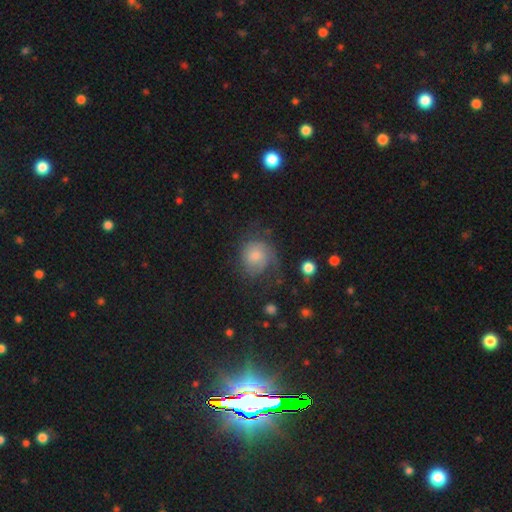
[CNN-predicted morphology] Smooth or featured?
  - featured or disk: 46% *
  - smooth: 44%
  - star or artifact: 9%
Merging?
  - none: 46% *
  - major disturbance: 28%
  - minor disturbance: 23%
  - merger: 3%